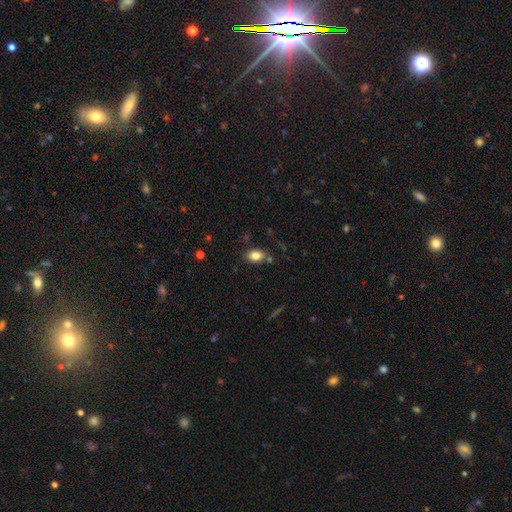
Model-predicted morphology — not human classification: smooth_or_featured: smooth (p=0.82) [alt: star or artifact p=0.09]
how_rounded: in between (p=0.82) [alt: round p=0.16]
merging: none (p=0.76) [alt: minor disturbance p=0.14]